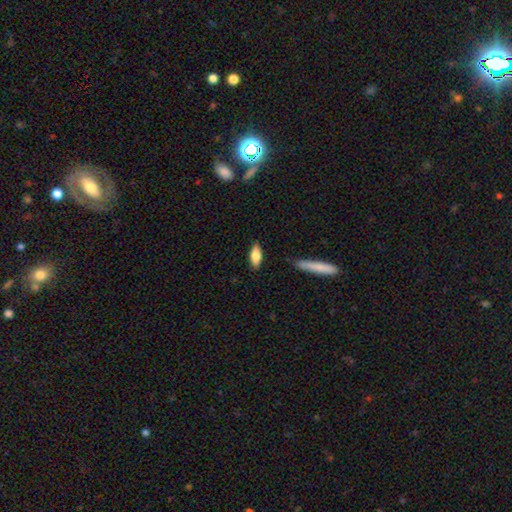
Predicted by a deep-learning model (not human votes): Morphology: type=smooth (74%); roundness=in between (71%); merging=none (87%).